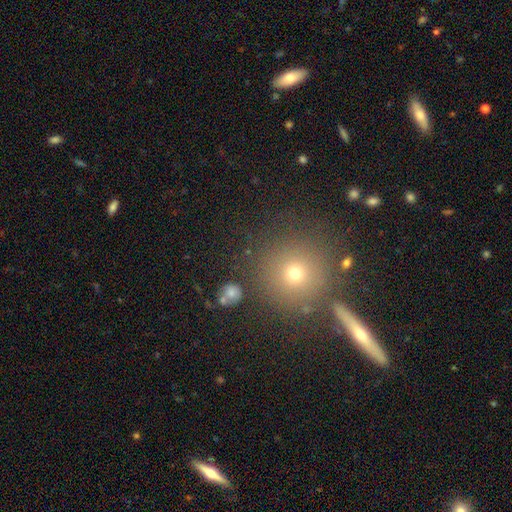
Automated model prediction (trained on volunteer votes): Overall: smooth (60%; star or artifact 26%). How rounded: round (92%). Merging: none (82%).